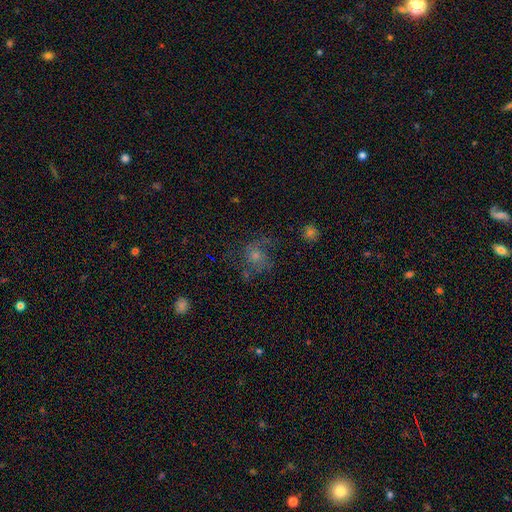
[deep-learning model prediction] Smooth or featured: smooth — 42% (tied with featured or disk — 42%)
Merging: none — 49% (major disturbance — 26%)